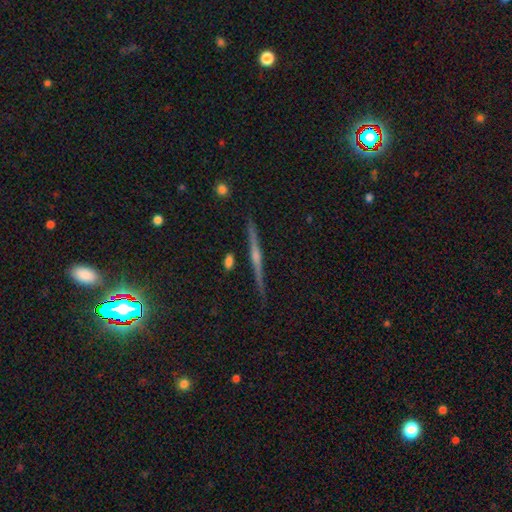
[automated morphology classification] This is likely a featured or disk galaxy (77%). It is clearly viewed edge-on (98%). Edge-on bulge: likely rounded (72%). Merging: clearly none (90%).